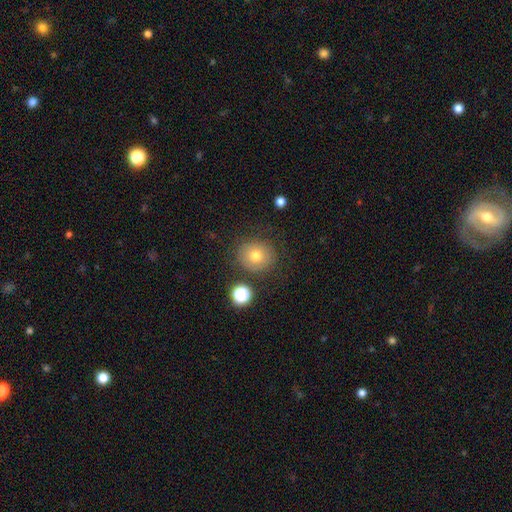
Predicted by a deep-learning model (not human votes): This appears to be a smooth galaxy with no disk features (74%) that is round (86%). Merging: none (81%).